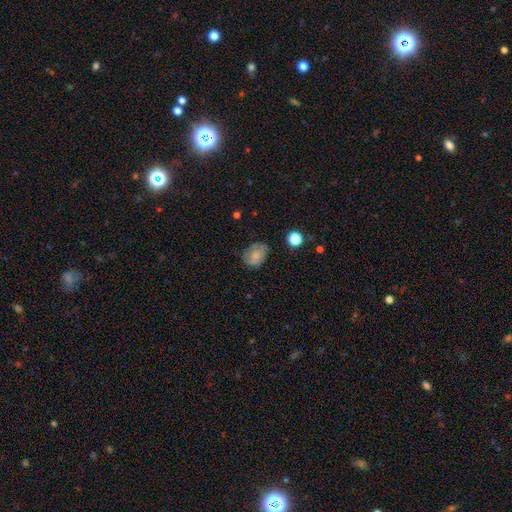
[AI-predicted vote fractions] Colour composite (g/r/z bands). It shows a smooth galaxy with no disk features (69%) that is in between round and cigar-shaped (59%). Merging: none (67%).